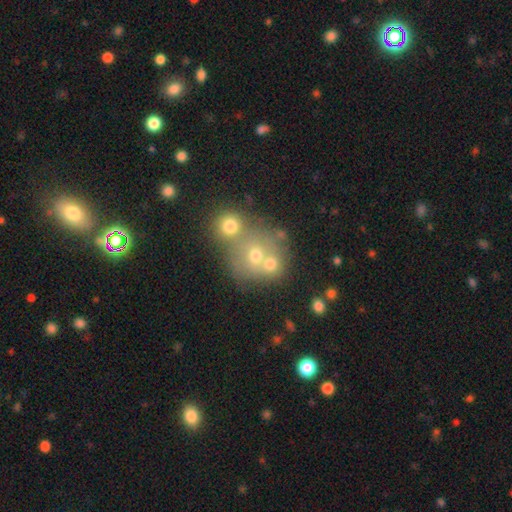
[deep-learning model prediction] A smooth galaxy with no disk features (63%) that is round (78%). Merging: merger (56%).